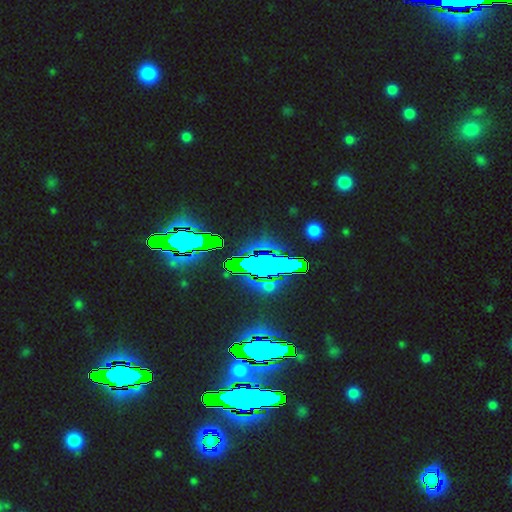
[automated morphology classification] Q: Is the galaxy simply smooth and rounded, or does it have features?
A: star or artifact — 78%.